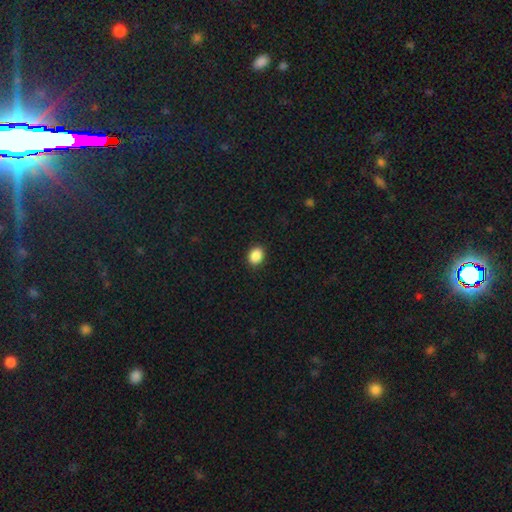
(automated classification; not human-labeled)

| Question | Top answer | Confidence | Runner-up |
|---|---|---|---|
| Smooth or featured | smooth | 89% | star or artifact (9%) |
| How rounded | round | 51% | in between (49%) |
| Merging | none | 91% | minor disturbance (6%) |